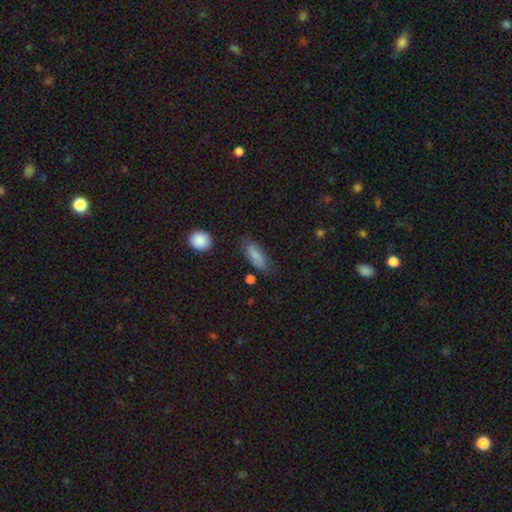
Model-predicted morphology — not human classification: Overall: smooth (83%). How rounded: in between (72%). Merging: none (70%).